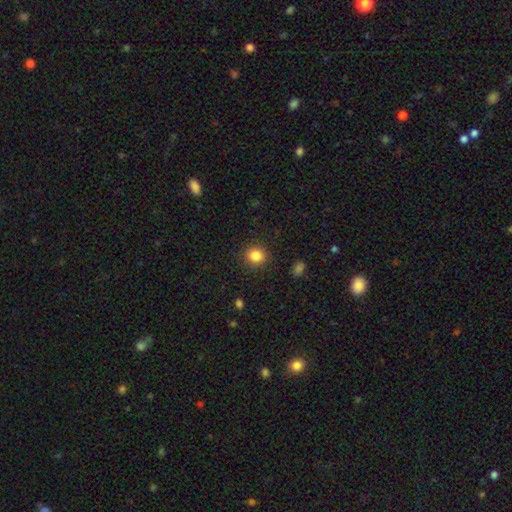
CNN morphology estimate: A smooth galaxy with no disk features (85%) that is round (81%).

Vote fractions:
- Smooth or featured? smooth: 85% / star or artifact: 11% / featured or disk: 4%
- How rounded? round: 81% / in between: 18% / cigar-shaped: 1%
- Merging? none: 90% / minor disturbance: 7% / major disturbance: 2% / merger: 1%